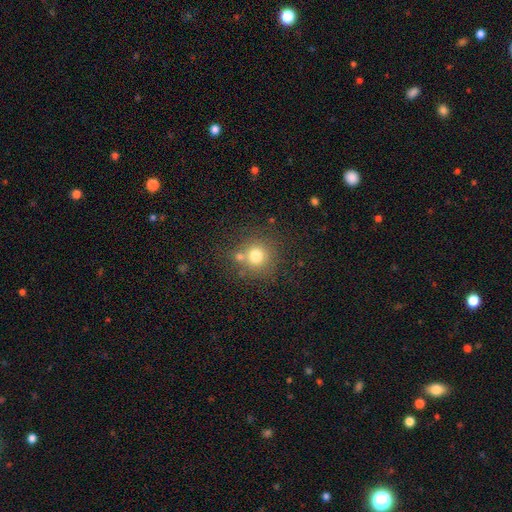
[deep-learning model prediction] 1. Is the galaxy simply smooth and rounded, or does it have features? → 75% smooth, 14% star or artifact, 12% featured or disk.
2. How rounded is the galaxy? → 91% round, 8% in between, 1% cigar-shaped.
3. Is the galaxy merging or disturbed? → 65% none, 21% merger, 10% minor disturbance, 4% major disturbance.